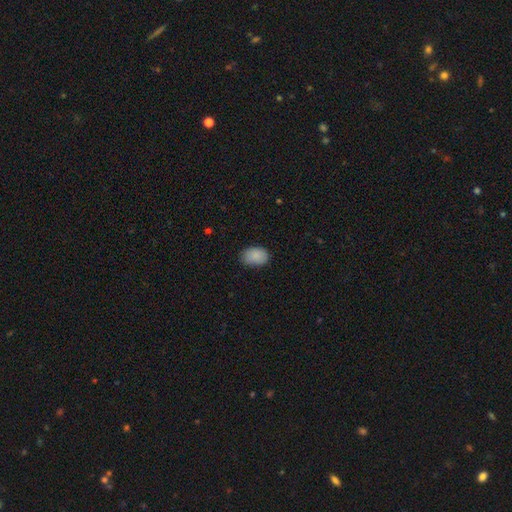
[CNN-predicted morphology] A smooth galaxy with no disk features (88%) that is in between round and cigar-shaped (85%).

Vote fractions:
- Smooth or featured? smooth: 88% / star or artifact: 7% / featured or disk: 5%
- How rounded? in between: 85% / round: 14% / cigar-shaped: 1%
- Merging? none: 79% / minor disturbance: 17% / major disturbance: 3% / merger: 1%